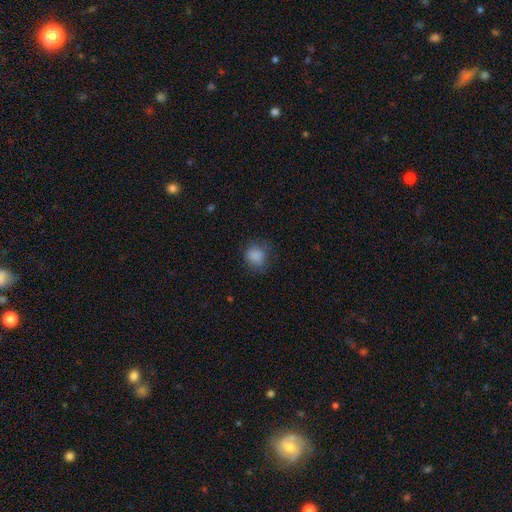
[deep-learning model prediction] A smooth galaxy with no disk features (86%) that is round (79%). Merging: none (72%).